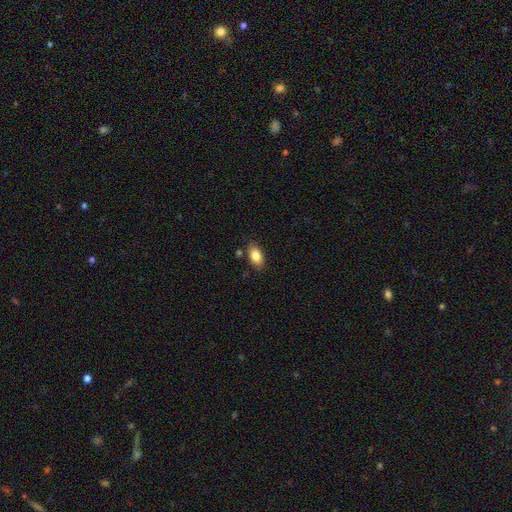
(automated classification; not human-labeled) smooth-or-featured: smooth: 84% | featured or disk: 8% | star or artifact: 8%
  how-rounded: in between: 91% | round: 7% | cigar-shaped: 3%
  merging: none: 82% | minor disturbance: 12% | merger: 4% | major disturbance: 3%